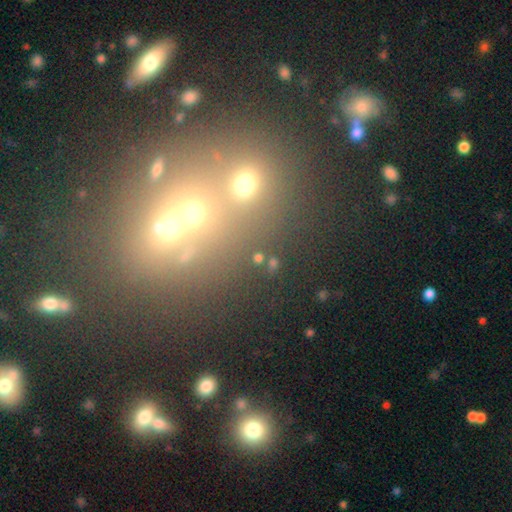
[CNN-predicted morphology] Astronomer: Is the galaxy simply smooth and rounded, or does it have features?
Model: smooth — 46% (runner-up: star or artifact, 37%).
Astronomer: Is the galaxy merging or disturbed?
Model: none — 48% (runner-up: merger, 40%).